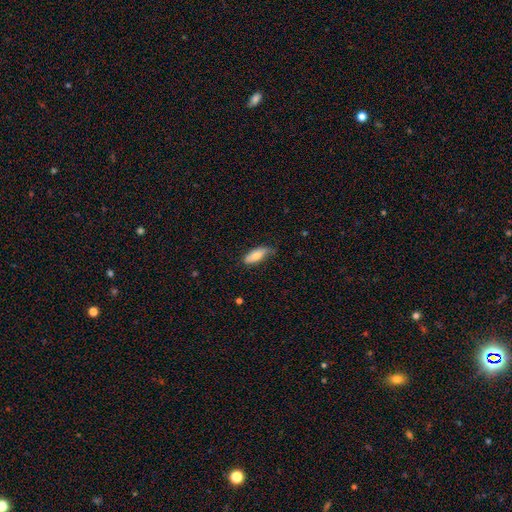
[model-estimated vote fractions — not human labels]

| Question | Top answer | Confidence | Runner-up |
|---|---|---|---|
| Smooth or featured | smooth | 77% | featured or disk (17%) |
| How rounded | in between | 72% | cigar-shaped (26%) |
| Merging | none | 64% | minor disturbance (30%) |